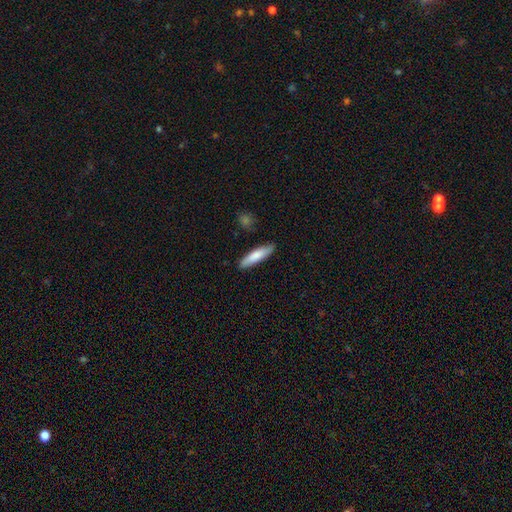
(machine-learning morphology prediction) This is likely a smooth galaxy (79%). How rounded: likely cigar-shaped (78%). Merging: clearly none (88%).